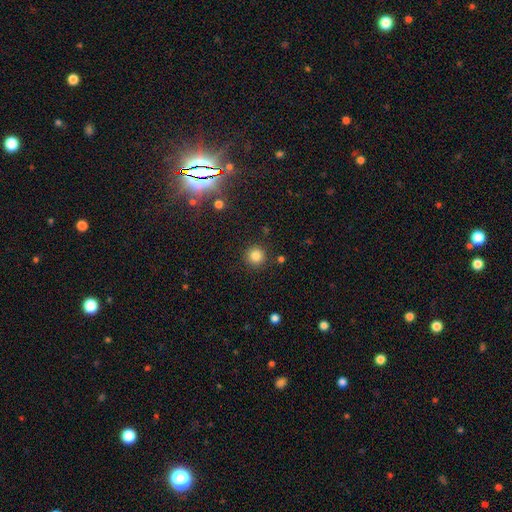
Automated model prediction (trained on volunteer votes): smooth 83%, star or artifact 13%, featured or disk 5%. Down the decision tree: how rounded — round (95%); merging — none (90%).